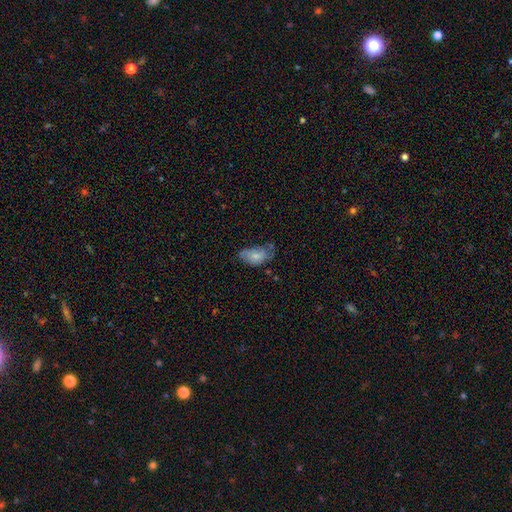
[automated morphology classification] Smooth or featured?
  - smooth: 67% *
  - featured or disk: 25%
  - star or artifact: 8%
How rounded?
  - in between: 92% *
  - round: 6%
  - cigar-shaped: 3%
Merging?
  - minor disturbance: 38% *
  - none: 34%
  - major disturbance: 24%
  - merger: 4%